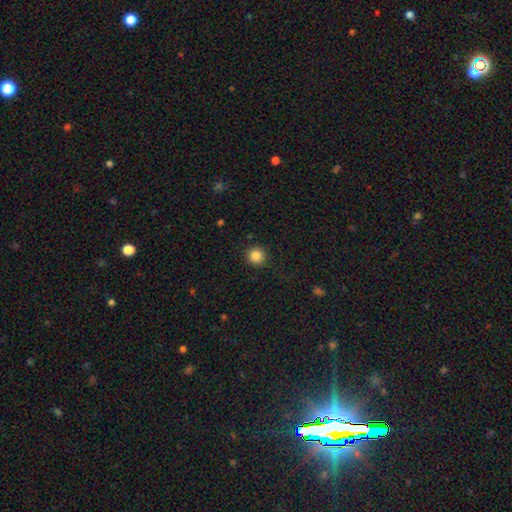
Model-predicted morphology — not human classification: Overall: smooth (86%). How rounded: round (95%). Merging: none (90%).